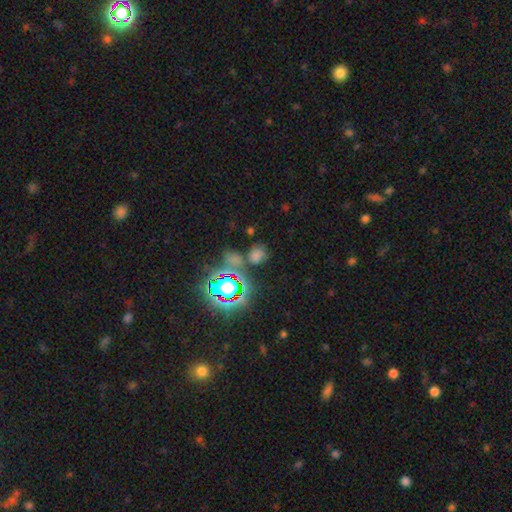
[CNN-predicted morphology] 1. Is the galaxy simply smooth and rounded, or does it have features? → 46% star or artifact (tied), 46% smooth (tied), 8% featured or disk.